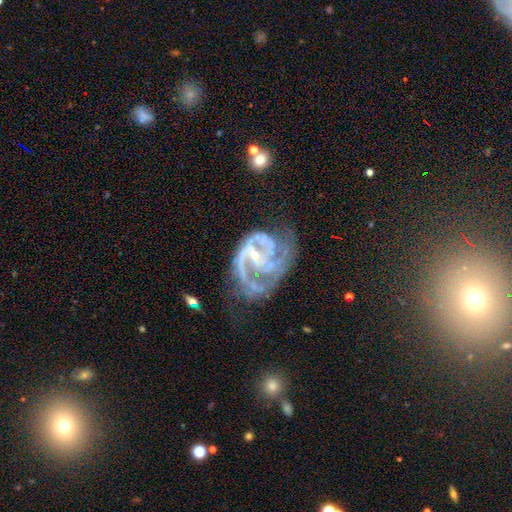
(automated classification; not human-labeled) Overall: featured or disk (91%). Edge-on disk: no (98%). Bar: no (50%; weak 35%). Spiral arms: yes (97%). Spiral arm count: 2 (42%; 3 26%). Spiral winding: medium (48%; tight 39%). Bulge size: small (77%). Merging: none (41%; major disturbance 32%).